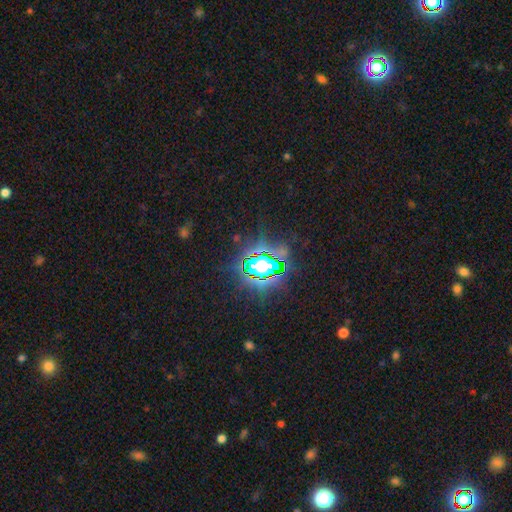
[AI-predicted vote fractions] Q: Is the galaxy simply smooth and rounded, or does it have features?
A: star or artifact — 80%.